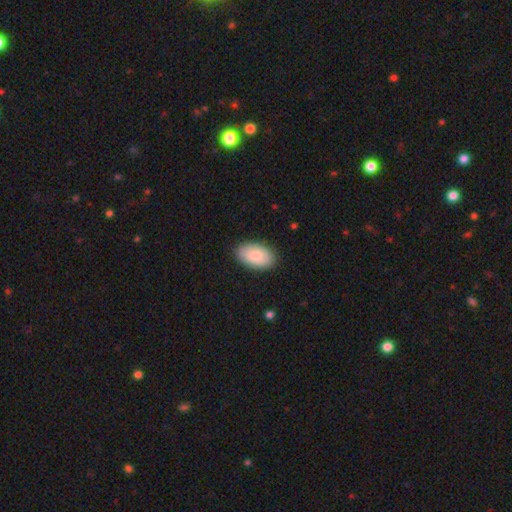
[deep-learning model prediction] A smooth galaxy with no disk features (83%) that is in between round and cigar-shaped (94%).

Vote fractions:
- Smooth or featured? smooth: 83% / featured or disk: 11% / star or artifact: 6%
- How rounded? in between: 94% / round: 5% / cigar-shaped: 1%
- Merging? none: 88% / minor disturbance: 9% / major disturbance: 2% / merger: 1%